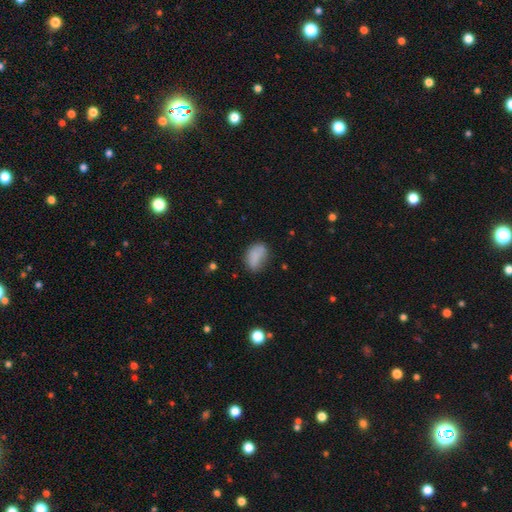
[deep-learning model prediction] Q: Smooth or featured?
A: smooth (82%); runner-up: featured or disk (9%)
Q: How rounded?
A: in between (86%); runner-up: round (12%)
Q: Merging?
A: none (59%); runner-up: minor disturbance (28%)